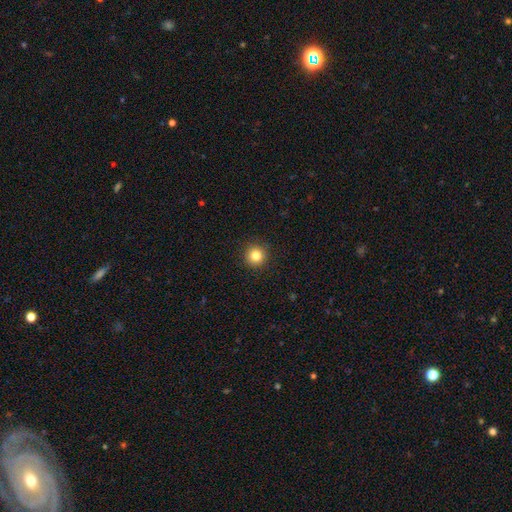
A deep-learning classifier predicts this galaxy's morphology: smooth_or_featured: smooth (p=0.83) [alt: star or artifact p=0.11]
how_rounded: round (p=0.95) [alt: in between p=0.04]
merging: none (p=0.92) [alt: minor disturbance p=0.05]